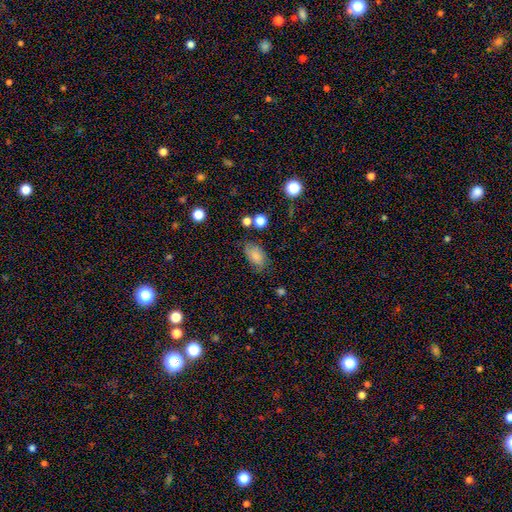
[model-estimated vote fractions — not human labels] This is likely a smooth galaxy (79%). How rounded: clearly in between (91%). Merging: likely none (66%).